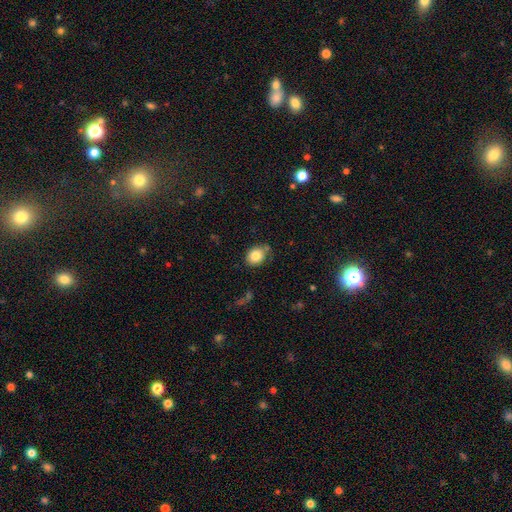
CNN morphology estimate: smooth_or_featured: smooth (p=0.82) [alt: star or artifact p=0.09]
how_rounded: in between (p=0.51) [alt: round p=0.48]
merging: none (p=0.69) [alt: minor disturbance p=0.22]